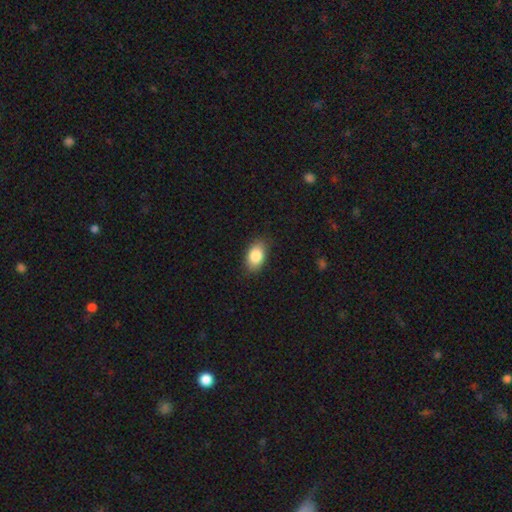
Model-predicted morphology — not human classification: This is clearly a smooth galaxy (85%). How rounded: clearly in between (89%). Merging: clearly none (84%).